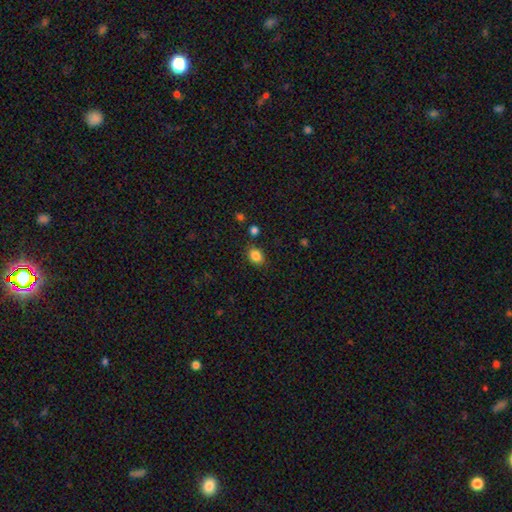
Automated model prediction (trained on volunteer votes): Overall: smooth (85%). How rounded: in between (51%; round 48%). Merging: none (79%).